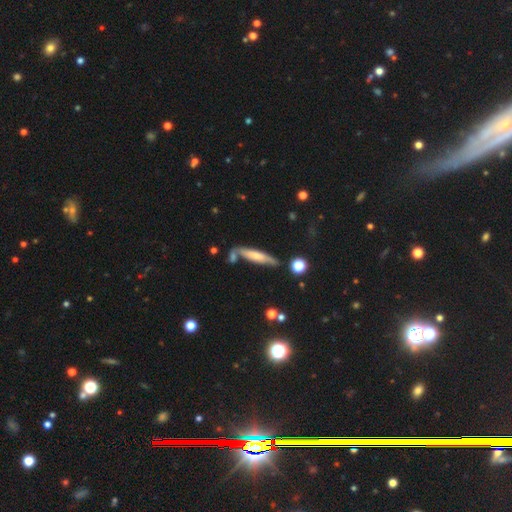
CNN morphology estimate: type=smooth (56%); roundness=cigar-shaped (85%); merging=none (64%).